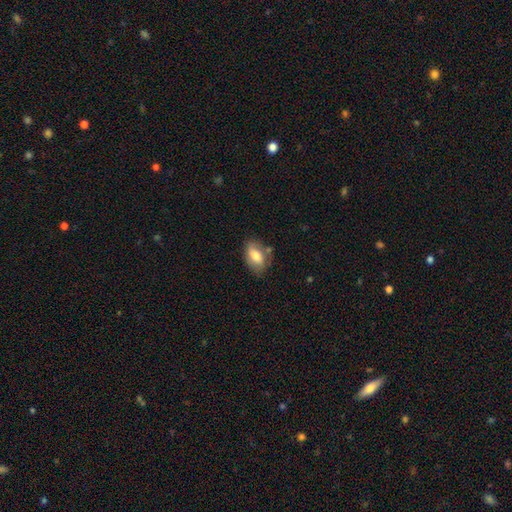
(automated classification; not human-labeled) Smooth or featured? smooth (72%)
How rounded? in between (89%)
Merging? none (66%)